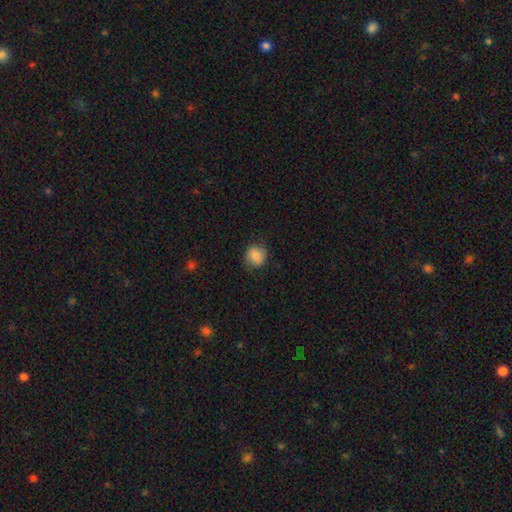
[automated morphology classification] Overall: smooth (81%). How rounded: round (76%). Merging: none (77%).